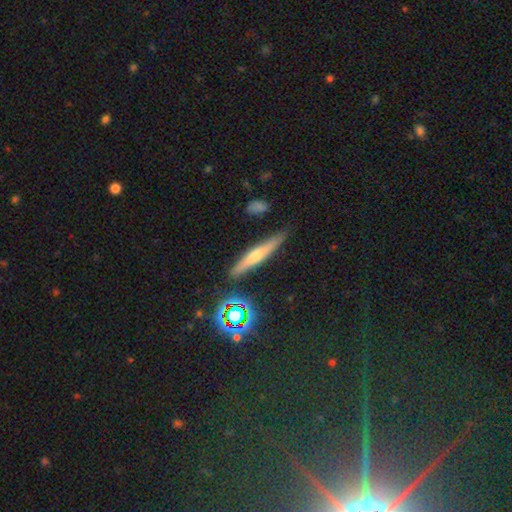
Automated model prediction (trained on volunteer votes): A smooth galaxy with no disk features (48%).

Vote fractions:
- Smooth or featured? smooth: 48% / featured or disk: 39% / star or artifact: 13%
- Merging? none: 83% / minor disturbance: 12% / merger: 3% / major disturbance: 3%